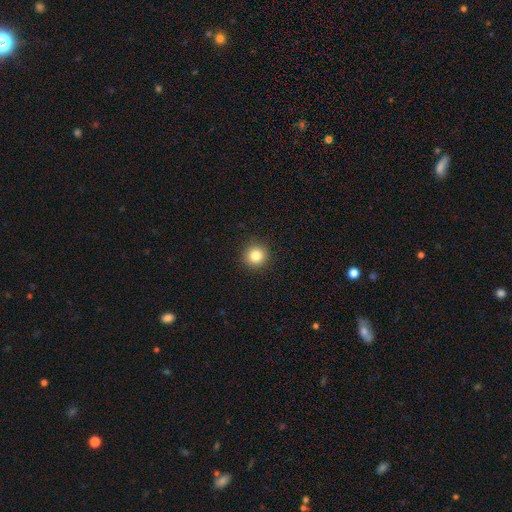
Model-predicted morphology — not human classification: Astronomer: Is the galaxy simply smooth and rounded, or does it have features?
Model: smooth — 83%.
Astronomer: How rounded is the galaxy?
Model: round — 93%.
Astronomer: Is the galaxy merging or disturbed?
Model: none — 92%.